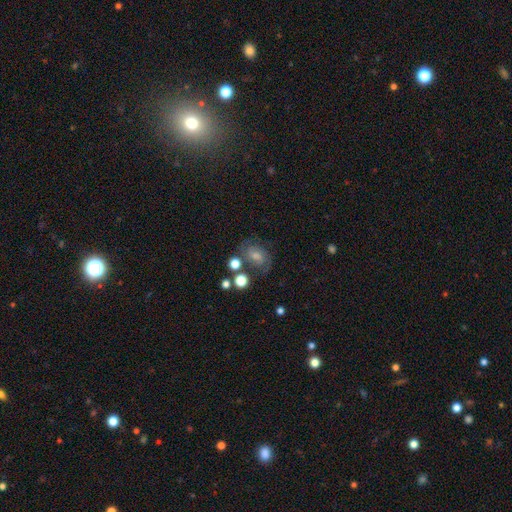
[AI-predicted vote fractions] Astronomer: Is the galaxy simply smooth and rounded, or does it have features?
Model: featured or disk — 55%.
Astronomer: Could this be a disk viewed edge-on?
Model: no — 96%.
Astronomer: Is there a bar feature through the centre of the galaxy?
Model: no — 56% (runner-up: weak, 36%).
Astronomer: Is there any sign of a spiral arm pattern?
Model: yes — 84%.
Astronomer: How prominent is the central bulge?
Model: moderate — 43% (runner-up: small, 38%).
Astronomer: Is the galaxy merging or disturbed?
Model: none — 64%.